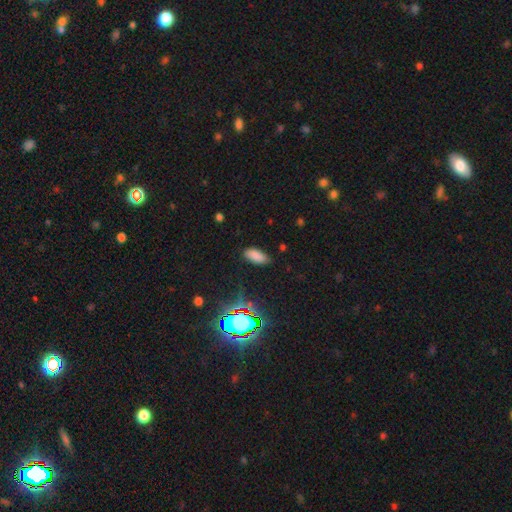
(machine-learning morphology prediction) The model was most divided on "smooth or featured": smooth: 79%, star or artifact: 15%, featured or disk: 6%. More confident: how rounded — in between (89%); merging — none (81%).